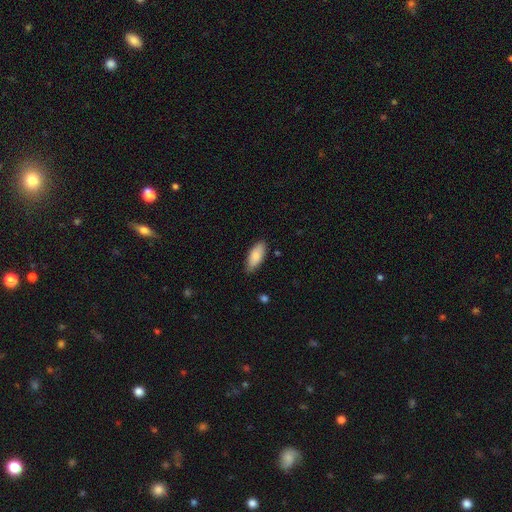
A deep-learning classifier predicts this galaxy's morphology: Smooth or featured? smooth (85%)
How rounded? in between (84%)
Merging? none (80%)